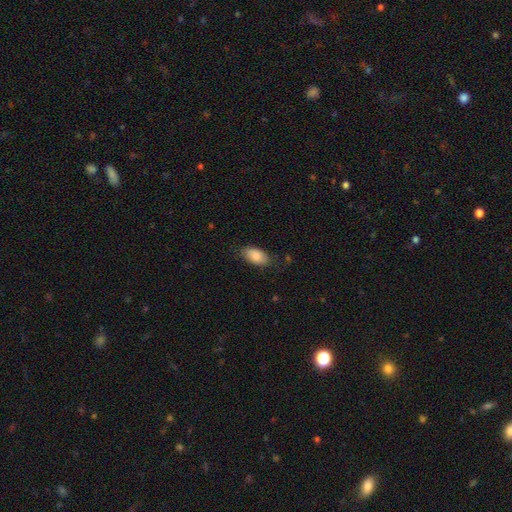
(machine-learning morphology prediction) Smooth or featured: smooth — 83% (featured or disk — 10%)
How rounded: in between — 93% (round — 4%)
Merging: none — 80% (minor disturbance — 16%)